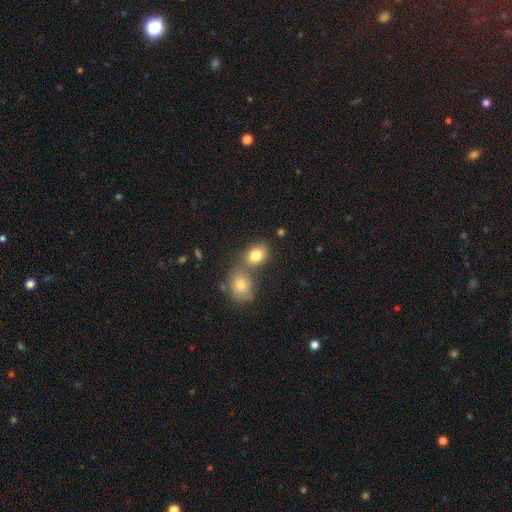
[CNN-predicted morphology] A smooth galaxy with no disk features (80%) that is in between round and cigar-shaped (72%). Merging: merger (43%).